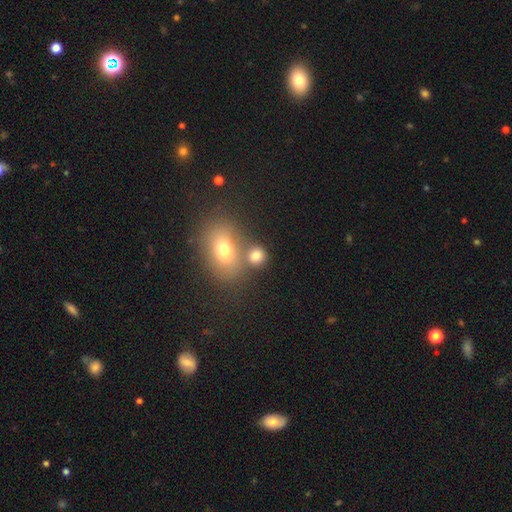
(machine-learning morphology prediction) Smooth or featured? Predicted: smooth (p=0.77). How rounded? Predicted: round (p=0.70). Merging? Predicted: none (p=0.55).